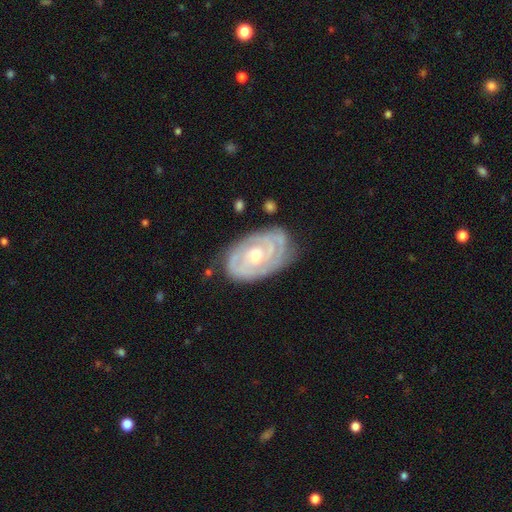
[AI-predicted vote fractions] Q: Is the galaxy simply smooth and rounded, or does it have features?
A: featured or disk — 85%.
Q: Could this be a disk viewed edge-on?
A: no — 96%.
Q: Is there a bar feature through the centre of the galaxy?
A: no — 71%.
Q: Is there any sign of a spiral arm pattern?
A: yes — 92%.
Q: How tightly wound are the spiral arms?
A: tight — 77%.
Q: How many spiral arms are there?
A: can't tell — 34%, tied with 2.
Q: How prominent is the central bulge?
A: moderate — 66%.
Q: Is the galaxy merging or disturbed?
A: none — 73%.